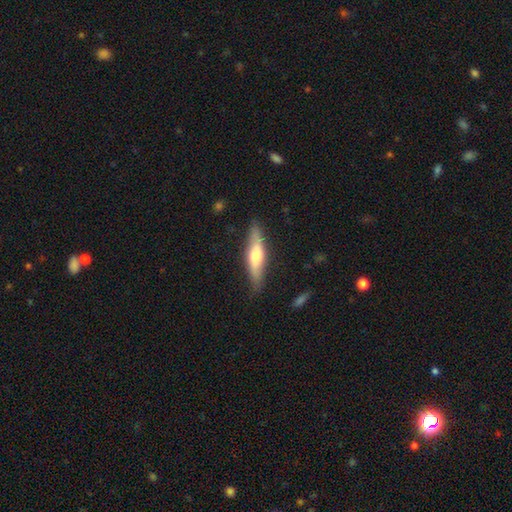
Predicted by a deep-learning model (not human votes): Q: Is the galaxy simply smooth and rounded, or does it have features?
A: featured or disk — 51%.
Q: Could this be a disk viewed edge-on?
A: yes — 91%.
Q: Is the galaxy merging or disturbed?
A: none — 84%.